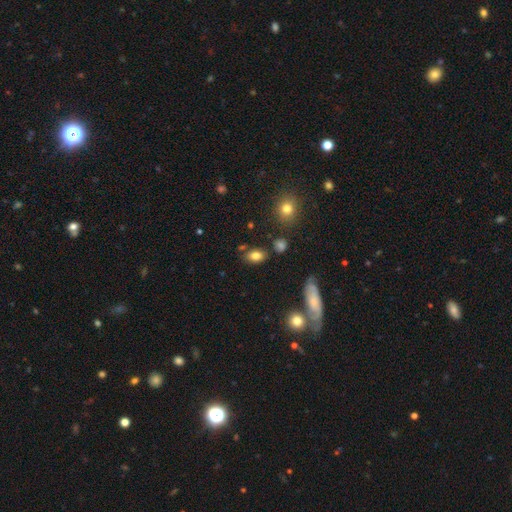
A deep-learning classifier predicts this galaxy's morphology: This appears to be a smooth galaxy with no disk features (81%) that is in between round and cigar-shaped (86%). Merging: none (78%).